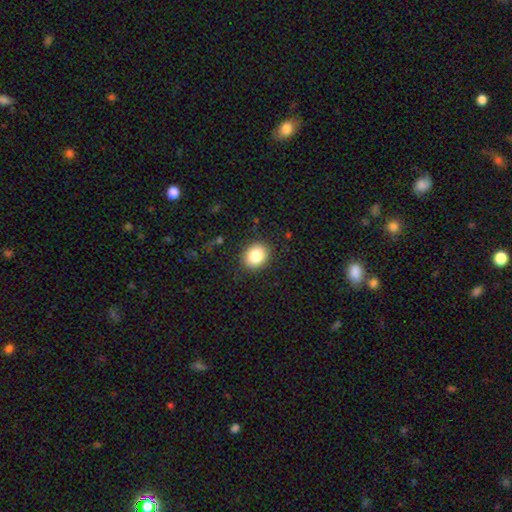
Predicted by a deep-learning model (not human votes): This is clearly a smooth galaxy (84%). How rounded: likely round (64%). Merging: clearly none (88%).